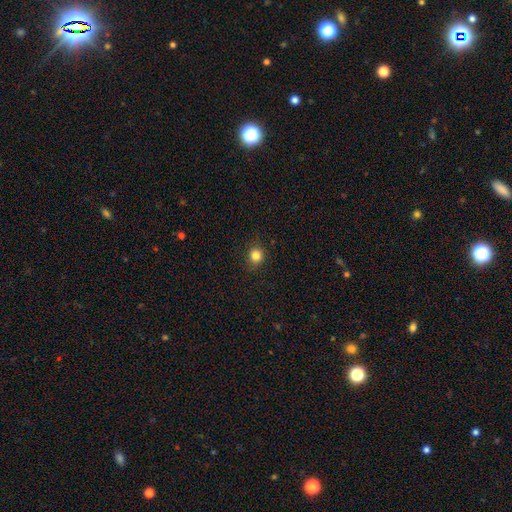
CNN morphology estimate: Q: Smooth or featured?
A: smooth (83%); runner-up: star or artifact (12%)
Q: How rounded?
A: round (86%); runner-up: in between (13%)
Q: Merging?
A: none (89%); runner-up: minor disturbance (8%)